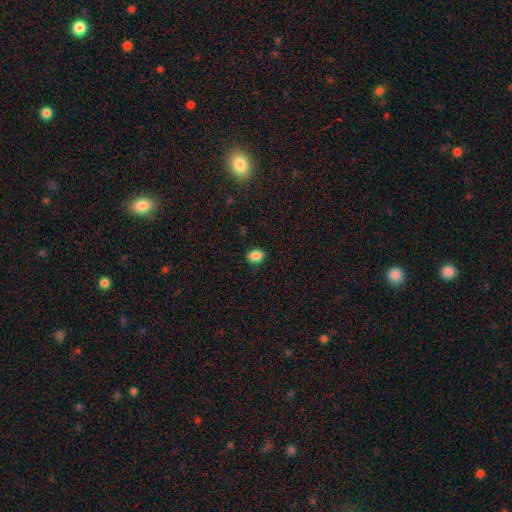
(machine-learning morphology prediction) Smooth or featured: smooth — 87% (star or artifact — 10%)
How rounded: in between — 60% (round — 39%)
Merging: none — 87% (minor disturbance — 10%)